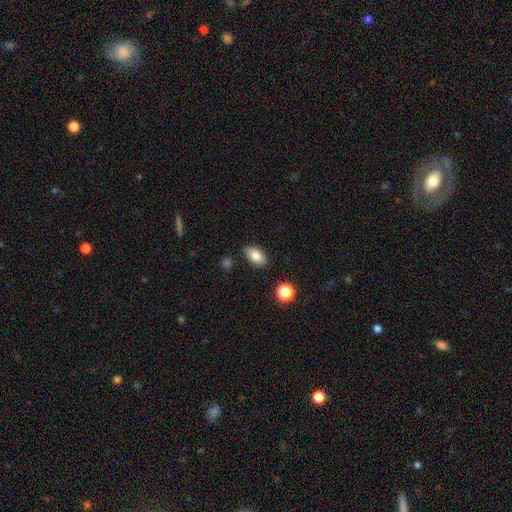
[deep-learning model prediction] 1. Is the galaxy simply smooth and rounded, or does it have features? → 82% smooth, 9% star or artifact, 9% featured or disk.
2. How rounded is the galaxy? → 89% in between, 8% round, 2% cigar-shaped.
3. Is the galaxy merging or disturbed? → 85% none, 10% minor disturbance, 2% major disturbance, 2% merger.